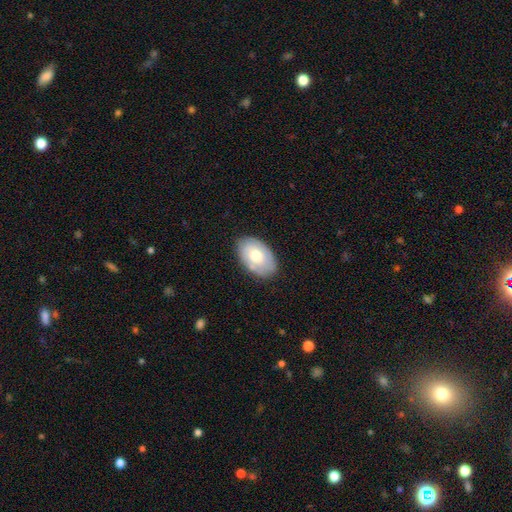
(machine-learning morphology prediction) Q: Smooth or featured?
A: smooth (65%); runner-up: featured or disk (29%)
Q: How rounded?
A: in between (90%); runner-up: round (9%)
Q: Merging?
A: none (80%); runner-up: minor disturbance (15%)